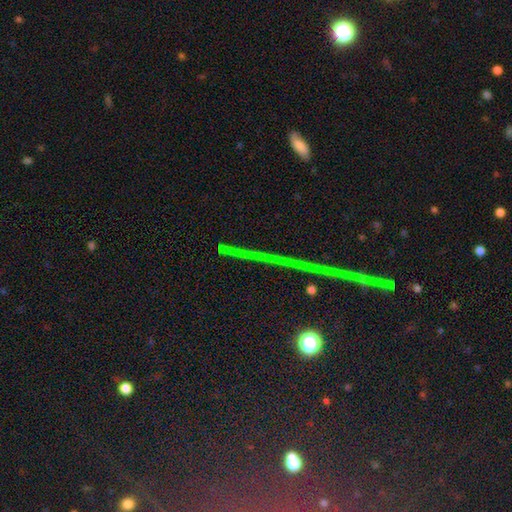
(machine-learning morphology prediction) Smooth or featured? star or artifact (80%)